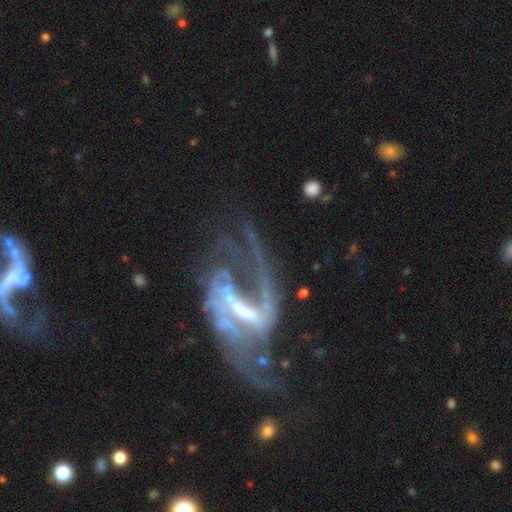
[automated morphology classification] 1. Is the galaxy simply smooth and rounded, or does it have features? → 90% featured or disk, 7% star or artifact, 4% smooth.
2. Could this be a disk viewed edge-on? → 96% no, 4% yes.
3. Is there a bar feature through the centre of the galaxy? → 66% strong, 27% weak, 7% no.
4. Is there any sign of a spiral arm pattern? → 95% yes, 5% no.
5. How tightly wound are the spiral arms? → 53% loose, 37% medium, 10% tight.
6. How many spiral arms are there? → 86% 2, 5% can't tell, 3% 1, 3% 3, 2% 4, 2% more than 4.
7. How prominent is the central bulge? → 43% small, 26% moderate, 25% none, 4% large, 2% dominant.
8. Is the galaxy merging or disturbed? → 50% none, 26% major disturbance, 16% minor disturbance, 8% merger.